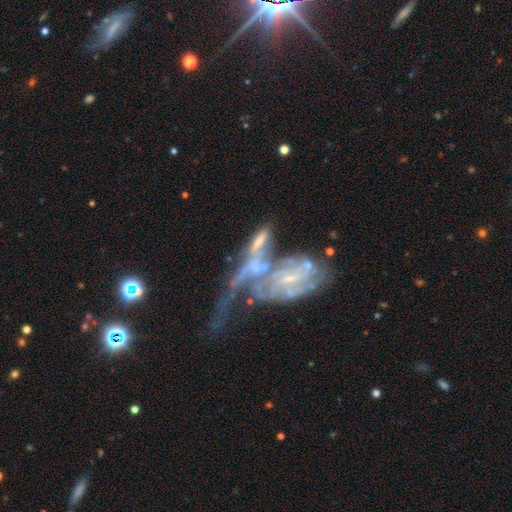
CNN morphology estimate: The model was most divided on "spiral winding": tight: 37%, medium: 32%, loose: 31%. Remaining: edge-on disk — no (92%); smooth or featured — featured or disk (77%); spiral arms — yes (72%); bar — no (60%); bulge size — small (60%); merging — merger (54%); spiral arm count — can't tell (45%).